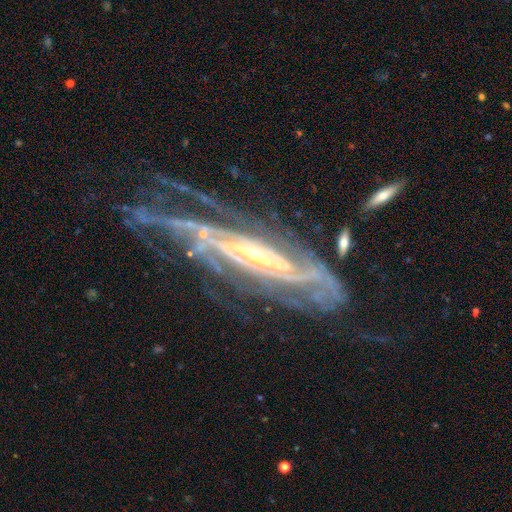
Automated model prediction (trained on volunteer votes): A featured or disk galaxy (89%) with a strong bar (43%), tight (57%) spiral arms (96%) and a small central bulge (65%). Merging: none (54%).